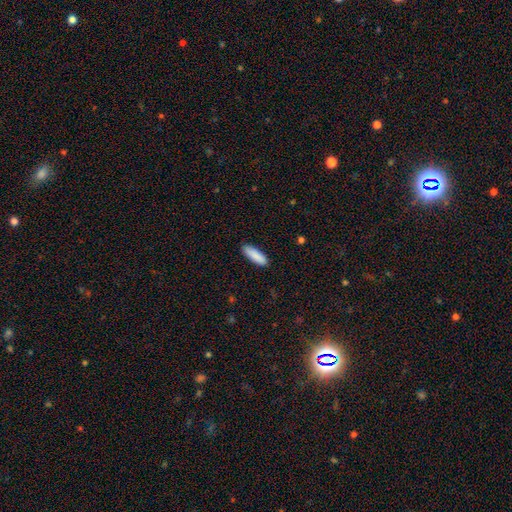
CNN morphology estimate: Q: Smooth or featured?
A: smooth (89%); runner-up: star or artifact (6%)
Q: How rounded?
A: cigar-shaped (50%); runner-up: in between (49%)
Q: Merging?
A: none (89%); runner-up: minor disturbance (8%)